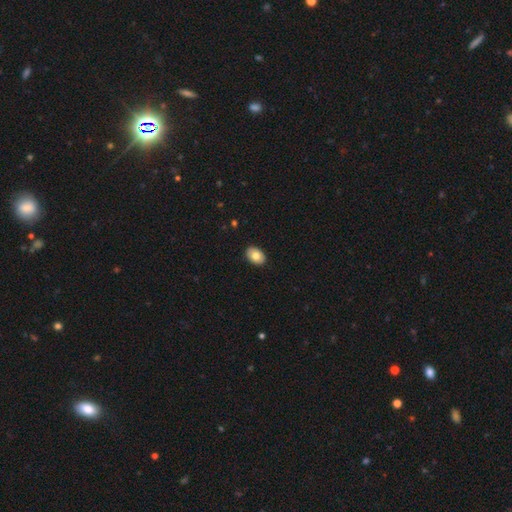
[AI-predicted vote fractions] Smooth or featured? smooth (78%)
How rounded? in between (85%)
Merging? none (90%)